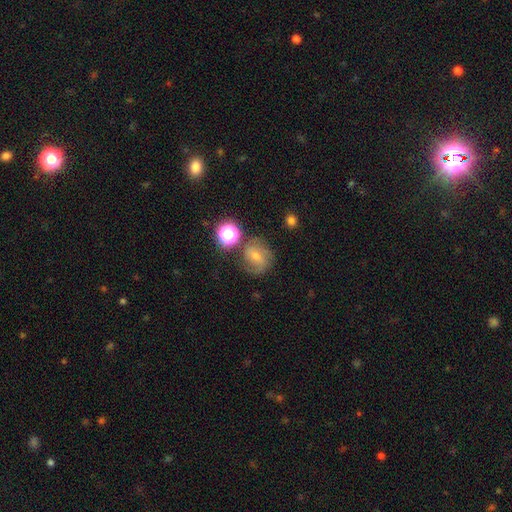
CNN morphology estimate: featured or disk 56%, smooth 24%, star or artifact 20%. Down the decision tree: edge-on disk — no (97%); bar — weak (47%); spiral arms — yes (88%); bulge size — small (55%); merging — none (73%).